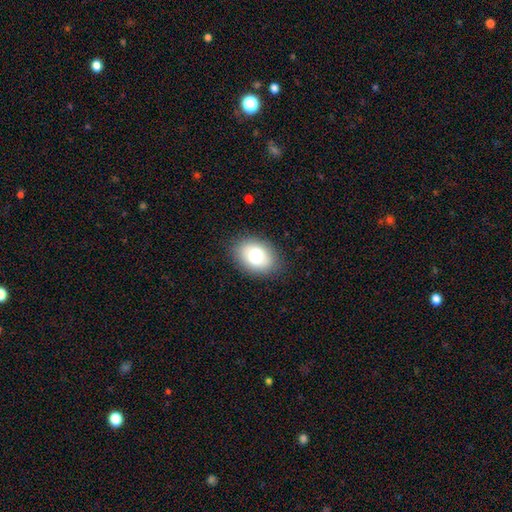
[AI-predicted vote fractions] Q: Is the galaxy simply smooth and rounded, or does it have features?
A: smooth — 74%.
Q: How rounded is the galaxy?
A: in between — 76%.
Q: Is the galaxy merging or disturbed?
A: none — 85%.